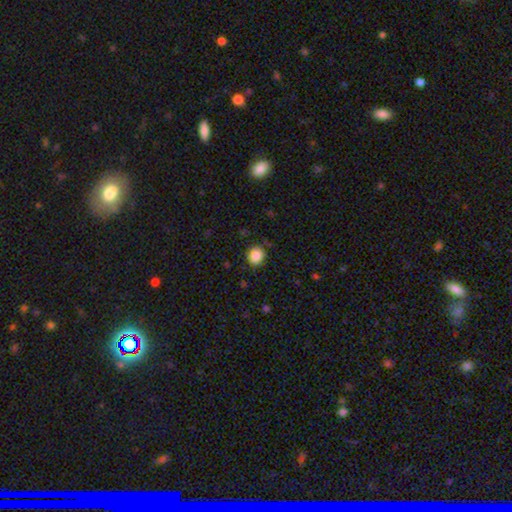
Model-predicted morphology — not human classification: smooth_or_featured: smooth (p=0.86) [alt: star or artifact p=0.10]
how_rounded: round (p=0.81) [alt: in between p=0.18]
merging: none (p=0.85) [alt: minor disturbance p=0.10]